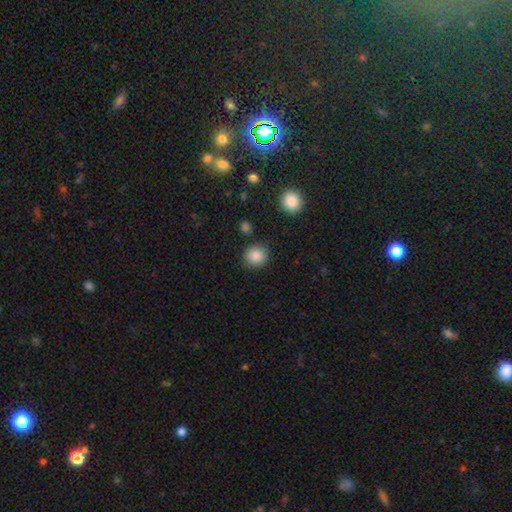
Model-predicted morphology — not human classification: Smooth or featured: smooth — 88% (star or artifact — 9%)
How rounded: round — 88% (in between — 11%)
Merging: none — 86% (minor disturbance — 9%)